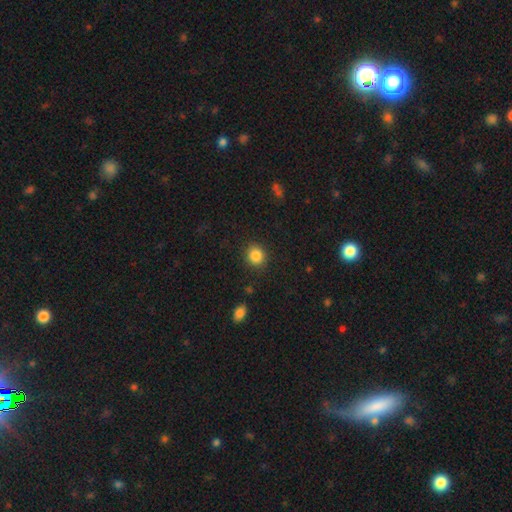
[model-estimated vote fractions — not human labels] smooth-or-featured: smooth: 86% | star or artifact: 10% | featured or disk: 4%
  how-rounded: round: 86% | in between: 13% | cigar-shaped: 1%
  merging: none: 89% | minor disturbance: 7% | major disturbance: 3% | merger: 1%